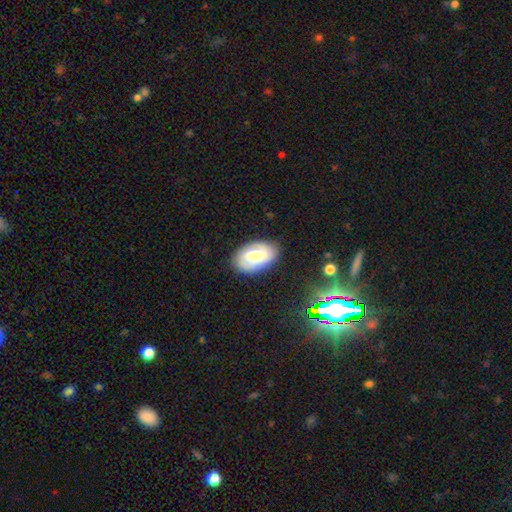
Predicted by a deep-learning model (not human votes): This appears to be a smooth galaxy with no disk features (66%) that is in between round and cigar-shaped (93%). Merging: none (81%).